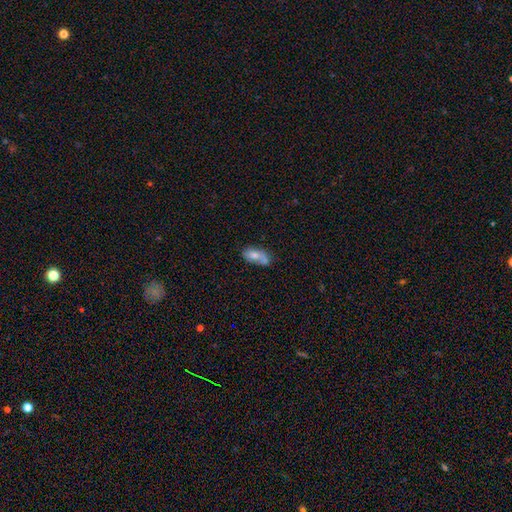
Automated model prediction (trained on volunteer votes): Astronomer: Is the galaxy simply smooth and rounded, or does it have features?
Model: smooth — 70%.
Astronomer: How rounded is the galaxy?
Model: in between — 87%.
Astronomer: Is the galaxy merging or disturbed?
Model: none — 40% (runner-up: merger, 25%).